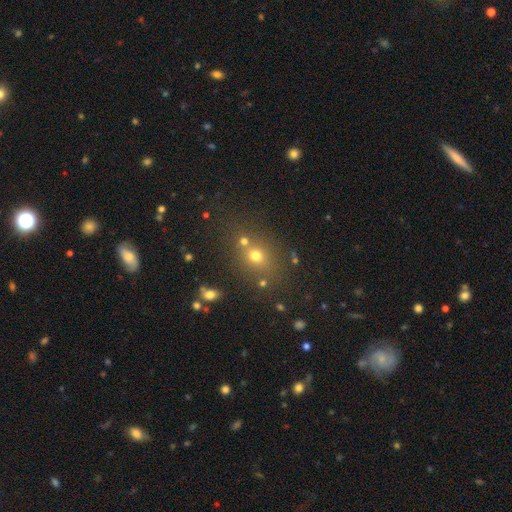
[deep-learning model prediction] Smooth or featured? Predicted: smooth (p=0.65). How rounded? Predicted: round (p=0.64). Merging? Predicted: none (p=0.64).